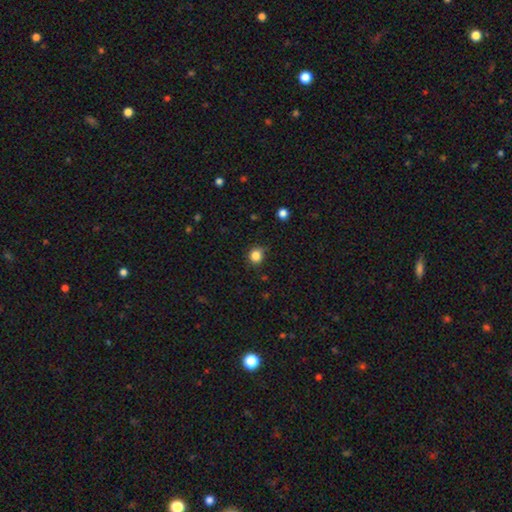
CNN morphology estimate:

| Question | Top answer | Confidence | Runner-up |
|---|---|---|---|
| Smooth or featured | smooth | 84% | star or artifact (12%) |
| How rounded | round | 81% | in between (18%) |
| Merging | none | 80% | minor disturbance (15%) |